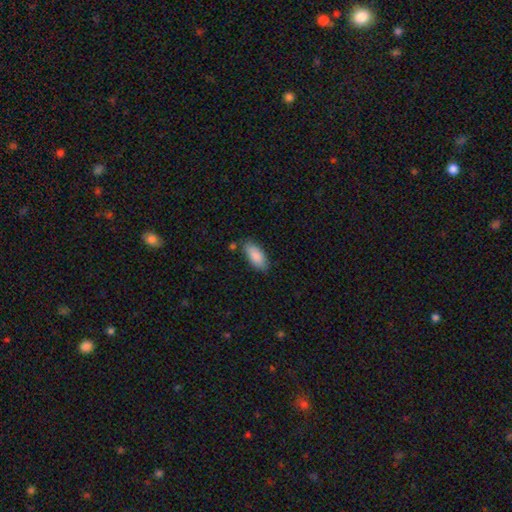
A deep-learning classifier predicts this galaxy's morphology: smooth 88%, featured or disk 6%, star or artifact 6%. Down the decision tree: how rounded — in between (88%); merging — none (78%).